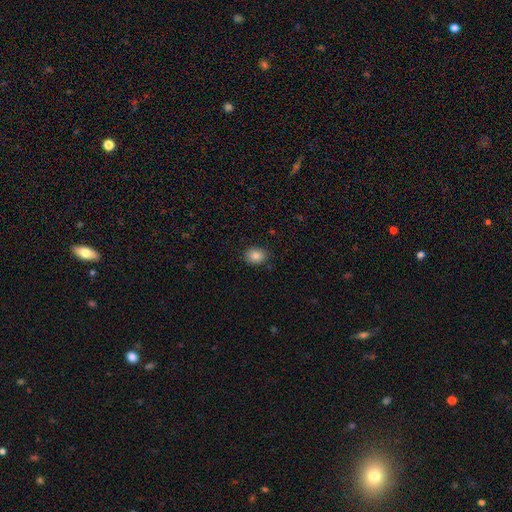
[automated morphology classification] A smooth galaxy with no disk features (84%) that is in between round and cigar-shaped (58%).

Vote fractions:
- Smooth or featured? smooth: 84% / star or artifact: 9% / featured or disk: 7%
- How rounded? in between: 58% / round: 41% / cigar-shaped: 1%
- Merging? none: 88% / minor disturbance: 9% / major disturbance: 2% / merger: 1%